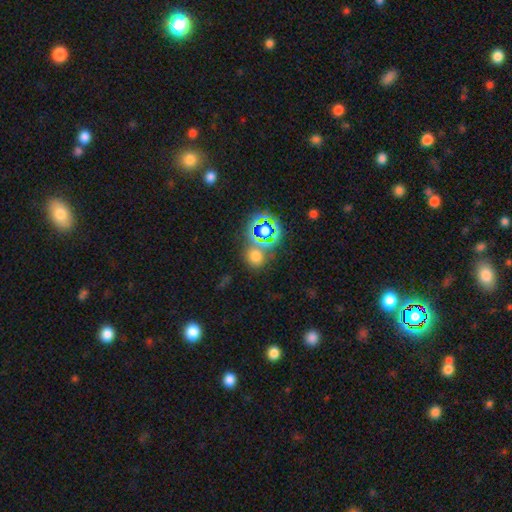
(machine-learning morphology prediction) Smooth or featured? smooth (58%)
How rounded? round (79%)
Merging? none (68%)